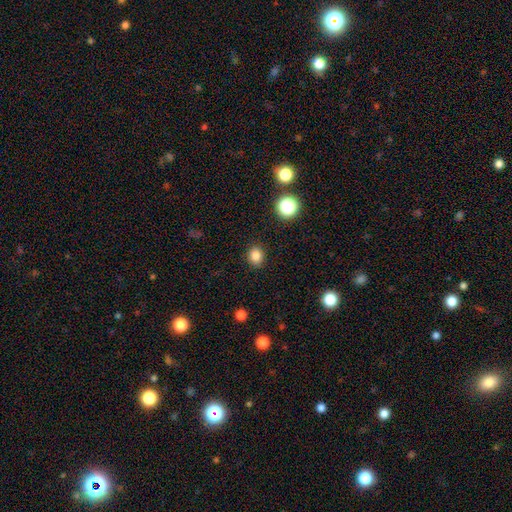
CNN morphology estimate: Overall: smooth (83%). How rounded: round (65%; in between 34%). Merging: none (90%).